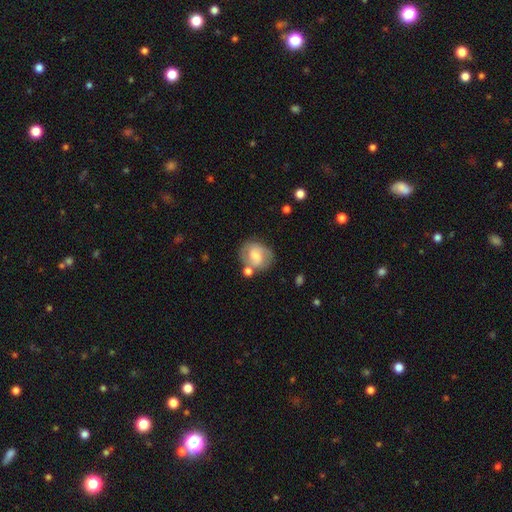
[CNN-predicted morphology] smooth_or_featured: smooth (p=0.50) [alt: featured or disk p=0.42]
how_rounded: round (p=0.62) [alt: in between p=0.37]
merging: none (p=0.59) [alt: minor disturbance p=0.19]